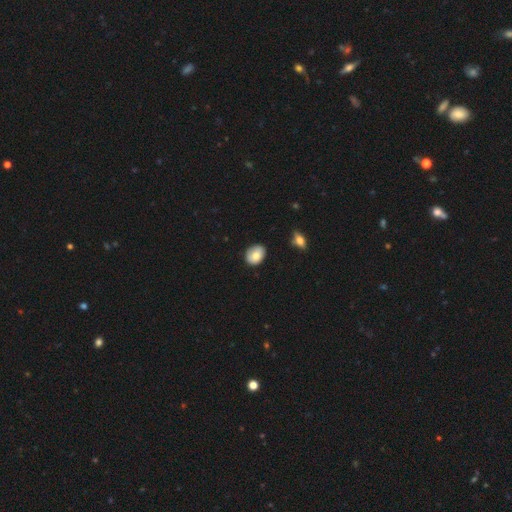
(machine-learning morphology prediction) This is likely a smooth galaxy (77%). How rounded: likely in between (64%). Merging: likely none (79%).